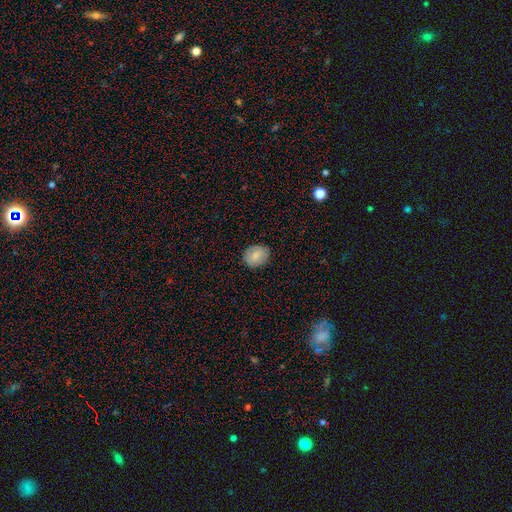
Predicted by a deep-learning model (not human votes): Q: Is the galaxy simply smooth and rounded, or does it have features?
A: smooth — 83%.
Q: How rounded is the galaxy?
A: round — 57%.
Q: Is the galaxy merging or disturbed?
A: none — 85%.